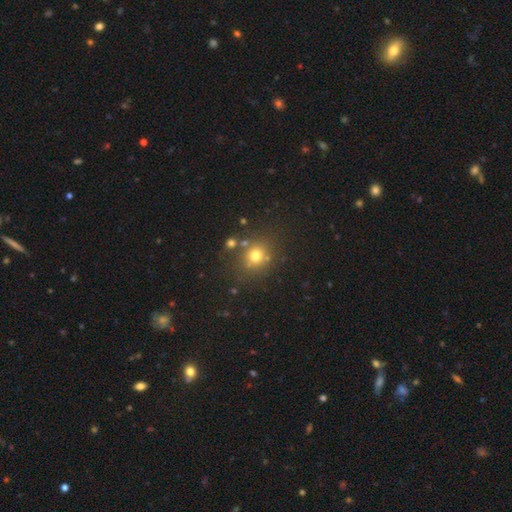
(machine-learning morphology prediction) type=smooth (72%); roundness=round (79%); merging=none (76%).